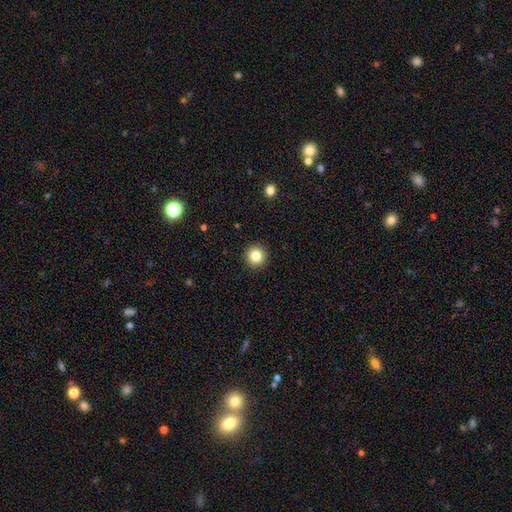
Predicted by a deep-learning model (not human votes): Smooth or featured? smooth (83%)
How rounded? round (95%)
Merging? none (93%)